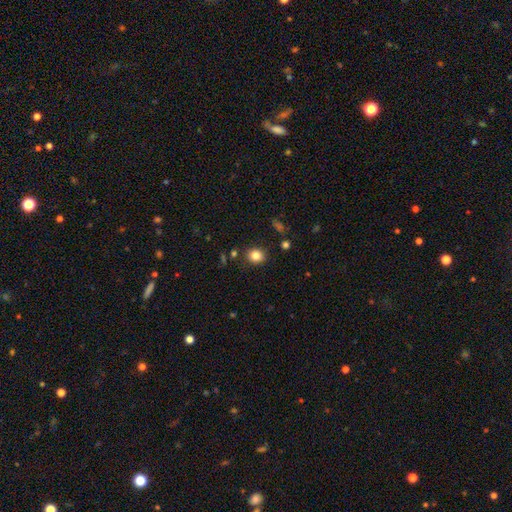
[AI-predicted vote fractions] Smooth or featured: smooth — 83% (star or artifact — 11%)
How rounded: round — 73% (in between — 26%)
Merging: none — 87% (minor disturbance — 8%)